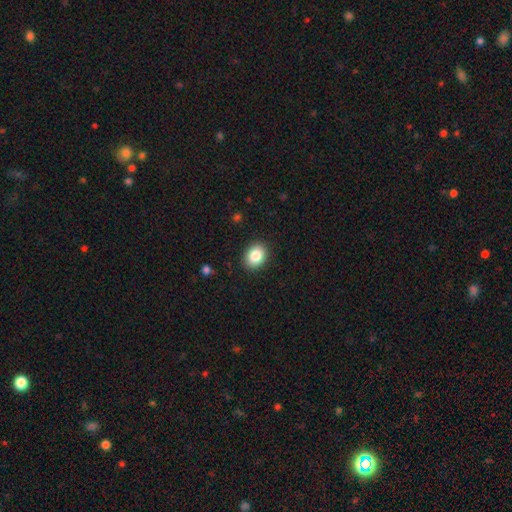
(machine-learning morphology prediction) smooth 85%, star or artifact 9%, featured or disk 6%. Down the decision tree: how rounded — in between (58%); merging — none (89%).